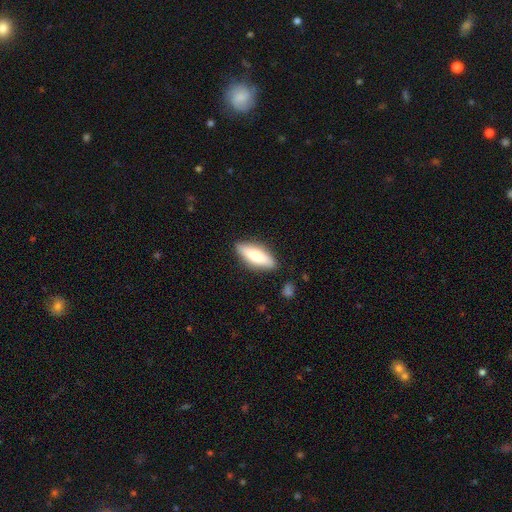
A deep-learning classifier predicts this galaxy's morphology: Overall: smooth (65%; featured or disk 29%). How rounded: in between (64%; cigar-shaped 34%). Merging: none (84%).